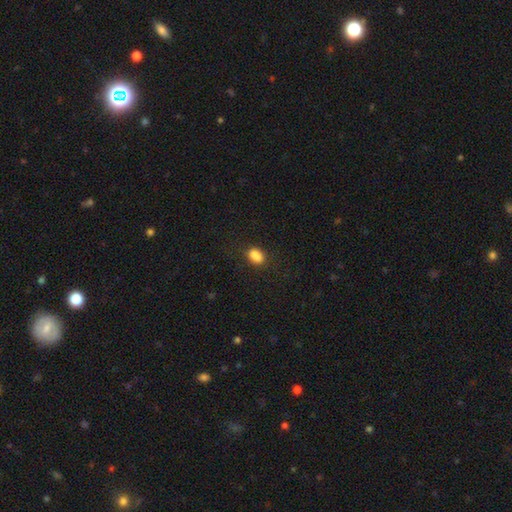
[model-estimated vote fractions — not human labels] Smooth or featured? smooth (85%)
How rounded? in between (79%)
Merging? none (73%)